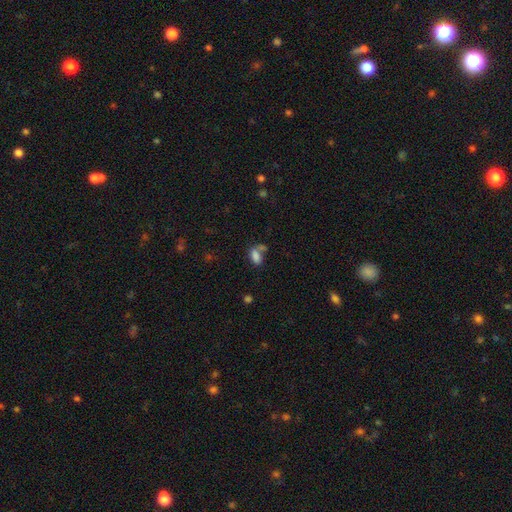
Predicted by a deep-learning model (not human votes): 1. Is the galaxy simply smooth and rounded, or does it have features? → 79% smooth, 12% star or artifact, 9% featured or disk.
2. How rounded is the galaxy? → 88% in between, 7% round, 6% cigar-shaped.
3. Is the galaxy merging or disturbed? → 40% none, 35% merger, 15% minor disturbance, 10% major disturbance.